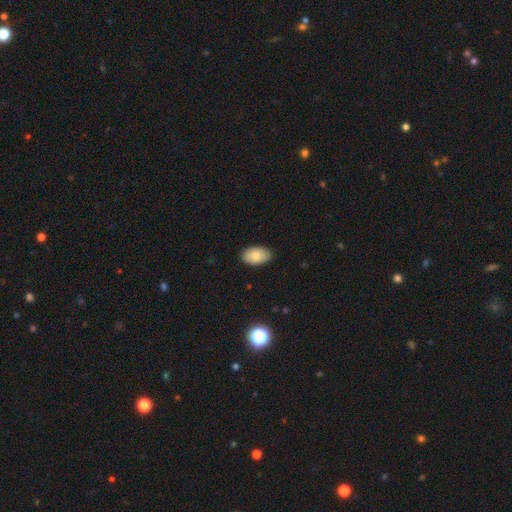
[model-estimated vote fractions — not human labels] A smooth galaxy with no disk features (83%) that is in between round and cigar-shaped (94%).

Vote fractions:
- Smooth or featured? smooth: 83% / featured or disk: 10% / star or artifact: 7%
- How rounded? in between: 94% / round: 5% / cigar-shaped: 1%
- Merging? none: 87% / minor disturbance: 10% / major disturbance: 2% / merger: 1%